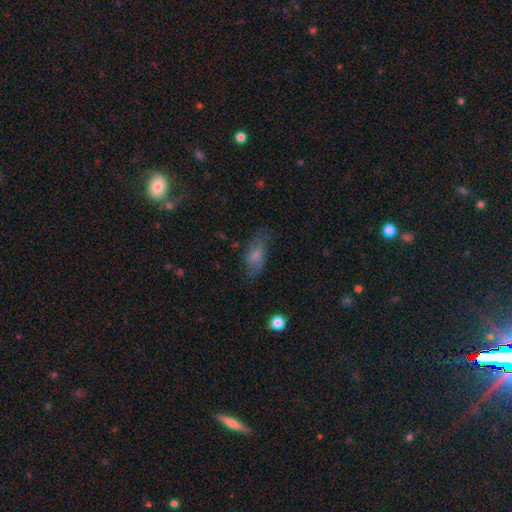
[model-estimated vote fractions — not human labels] smooth 60%, featured or disk 30%, star or artifact 10%. Down the decision tree: how rounded — in between (82%); merging — none (63%).